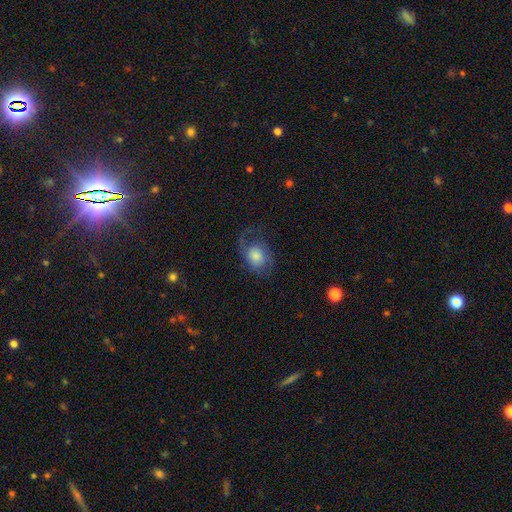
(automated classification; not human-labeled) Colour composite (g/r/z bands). It shows a featured or disk galaxy (52%) with no bar (76%), spiral arms (84%) and a moderate central bulge (39%). Merging: none (54%).